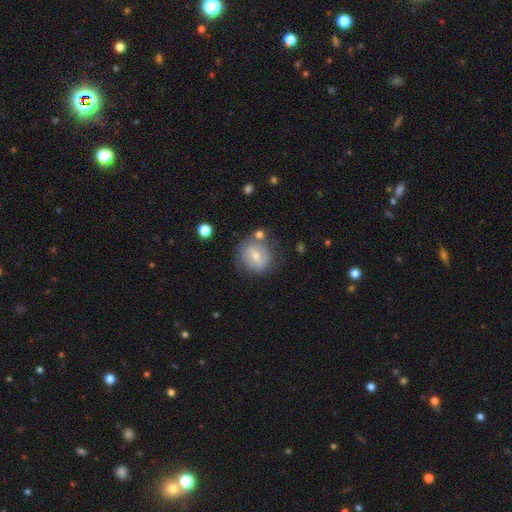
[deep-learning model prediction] This appears to be a featured or disk galaxy (62%) with a weak bar (49%), spiral arms (76%) and a moderate central bulge (56%). Merging: none (69%).